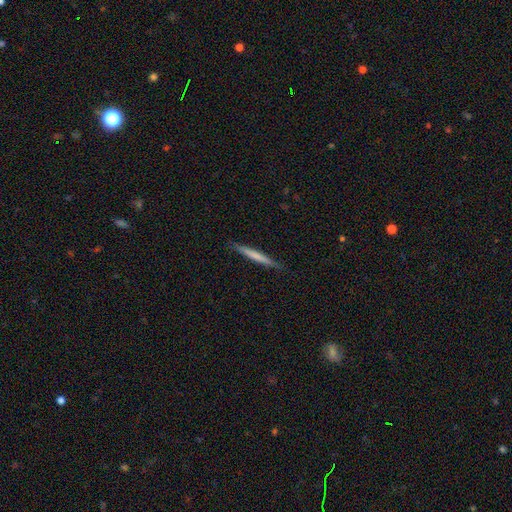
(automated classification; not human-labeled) This is possibly a smooth galaxy (60%). How rounded: clearly cigar-shaped (96%). Merging: clearly none (88%).